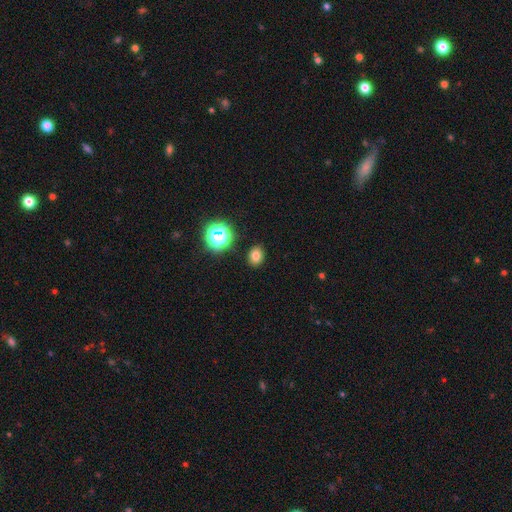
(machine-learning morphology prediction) This is likely a smooth galaxy (75%). How rounded: possibly in between (51%). Merging: clearly none (88%).